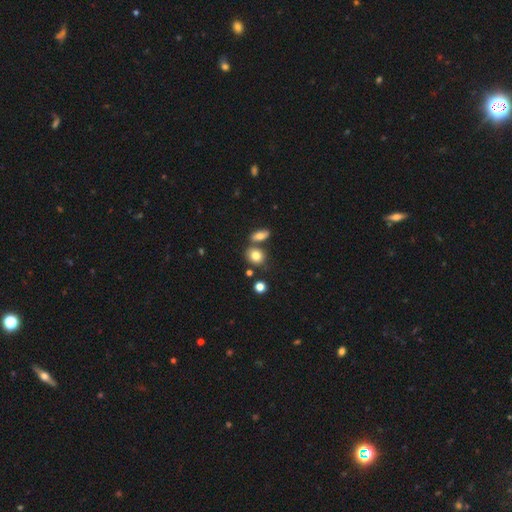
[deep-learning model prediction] A smooth galaxy with no disk features (81%) that is in between round and cigar-shaped (49%, tied with round). Merging: none (61%).